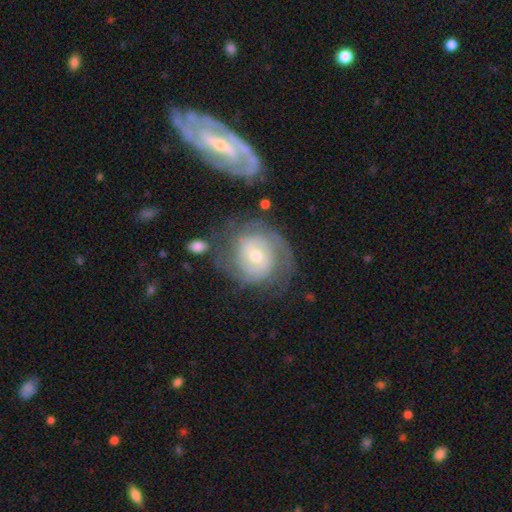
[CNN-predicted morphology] This is likely a featured or disk galaxy (79%). It is clearly not viewed edge-on (97%). Bar: likely no (63%). Spiral arm pattern: clearly yes (92%). Spiral arm count: marginally 2 (45%). Spiral winding: likely tight (61%). Central bulge: possibly moderate (52%). Merging: likely none (62%).